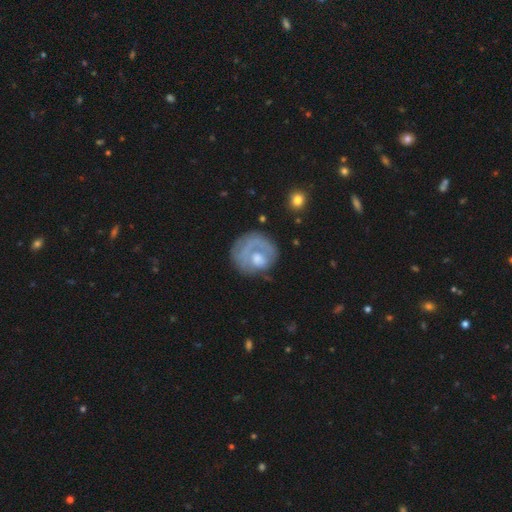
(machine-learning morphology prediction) Q: Smooth or featured?
A: featured or disk (55%); runner-up: smooth (38%)
Q: Edge-on disk?
A: no (97%); runner-up: yes (3%)
Q: Bar?
A: no (83%); runner-up: weak (15%)
Q: Spiral arms?
A: no (52%); runner-up: yes (48%)
Q: Bulge size?
A: moderate (52%); runner-up: small (18%)
Q: Merging?
A: none (54%); runner-up: major disturbance (23%)